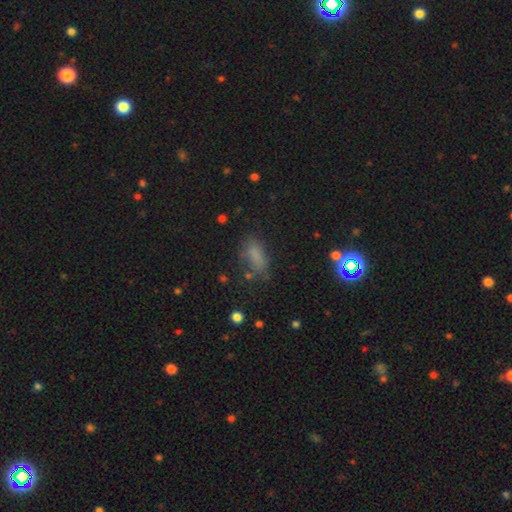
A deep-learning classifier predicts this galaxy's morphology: type=smooth (72%); roundness=in between (78%); merging=none (64%).